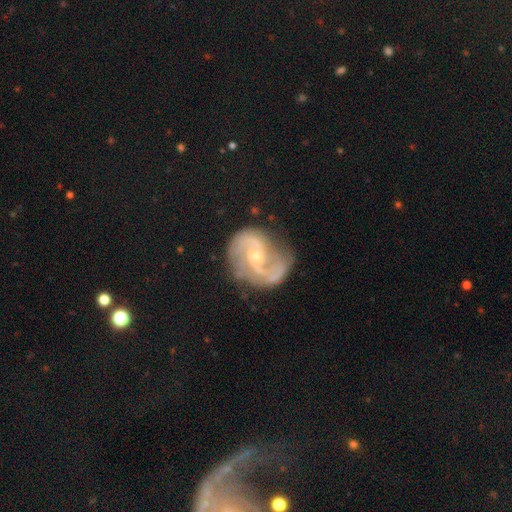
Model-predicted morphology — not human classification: This appears to be a featured or disk galaxy (87%) with no bar (50%), 2 (86%) medium (53%) spiral arms (97%) and a small central bulge (66%). Merging: none (69%).